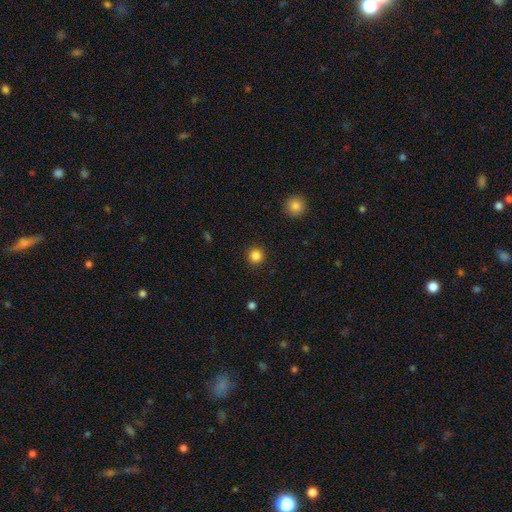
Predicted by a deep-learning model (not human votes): Overall: smooth (84%). How rounded: round (95%). Merging: none (92%).